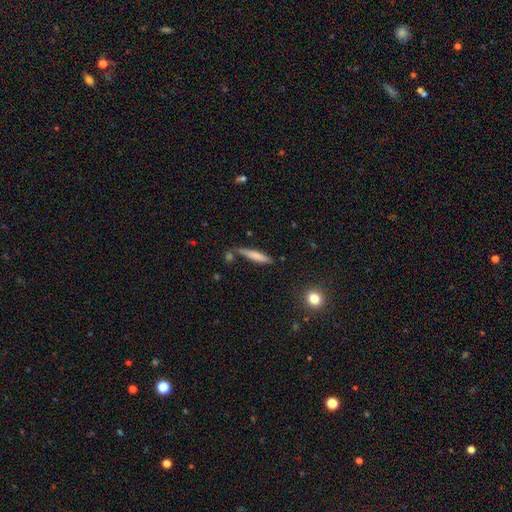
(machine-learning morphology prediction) smooth-or-featured: smooth: 72% | featured or disk: 21% | star or artifact: 7%
  how-rounded: cigar-shaped: 88% | in between: 10% | round: 2%
  merging: none: 72% | minor disturbance: 17% | merger: 8% | major disturbance: 4%